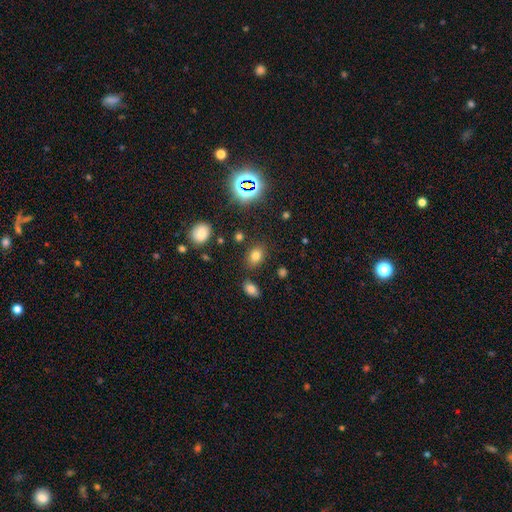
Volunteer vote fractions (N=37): This is clearly a smooth galaxy (81%). How rounded: likely in between (70%). Merging: clearly none (91%).